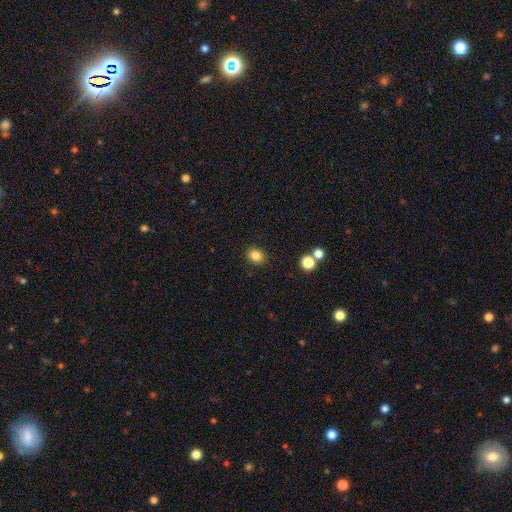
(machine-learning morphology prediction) This appears to be a smooth galaxy with no disk features (84%) that is round (64%). Merging: none (89%).